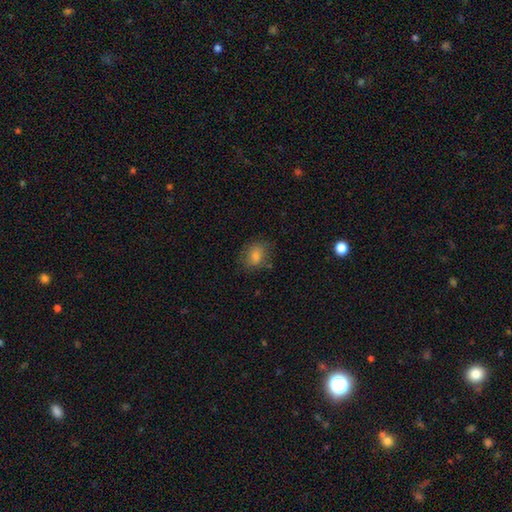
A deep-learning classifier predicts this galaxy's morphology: smooth_or_featured: smooth (p=0.74) [alt: star or artifact p=0.15]
how_rounded: round (p=0.53) [alt: in between p=0.45]
merging: none (p=0.77) [alt: minor disturbance p=0.16]